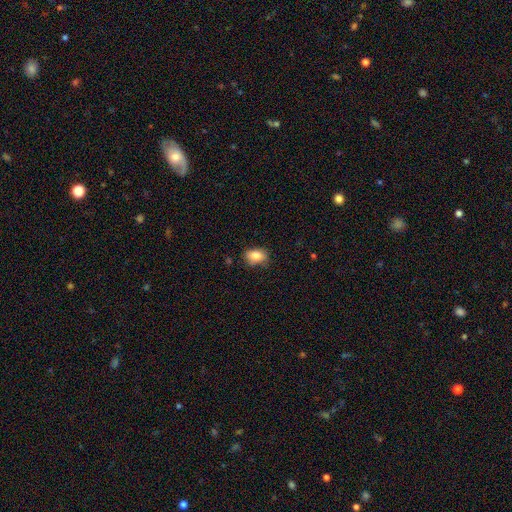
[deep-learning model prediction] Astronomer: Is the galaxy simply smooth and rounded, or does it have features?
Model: smooth — 83%.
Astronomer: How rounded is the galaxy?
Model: in between — 79%.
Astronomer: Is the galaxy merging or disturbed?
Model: none — 74%.